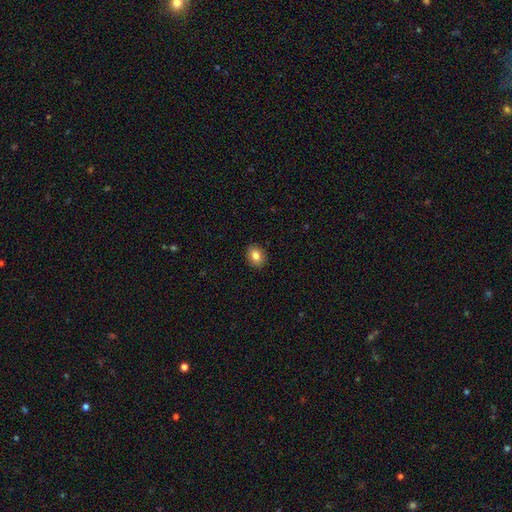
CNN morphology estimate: A smooth galaxy with no disk features (83%) that is in between round and cigar-shaped (60%).

Vote fractions:
- Smooth or featured? smooth: 83% / star or artifact: 9% / featured or disk: 8%
- How rounded? in between: 60% / round: 39% / cigar-shaped: 1%
- Merging? none: 90% / minor disturbance: 7% / major disturbance: 2% / merger: 1%